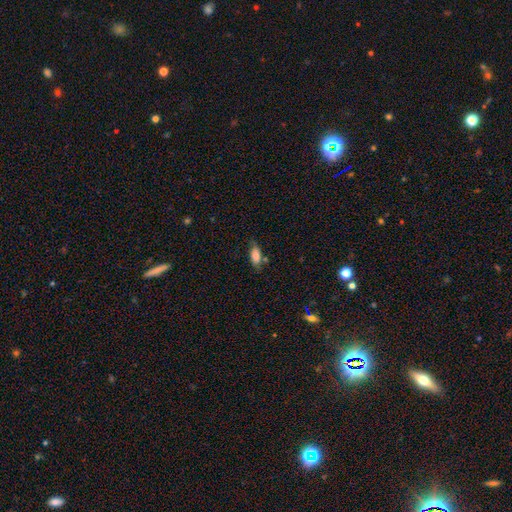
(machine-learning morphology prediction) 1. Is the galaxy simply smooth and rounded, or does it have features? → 76% smooth, 17% featured or disk, 8% star or artifact.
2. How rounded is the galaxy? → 85% in between, 12% cigar-shaped, 3% round.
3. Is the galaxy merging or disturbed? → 62% none, 25% minor disturbance, 7% merger, 6% major disturbance.